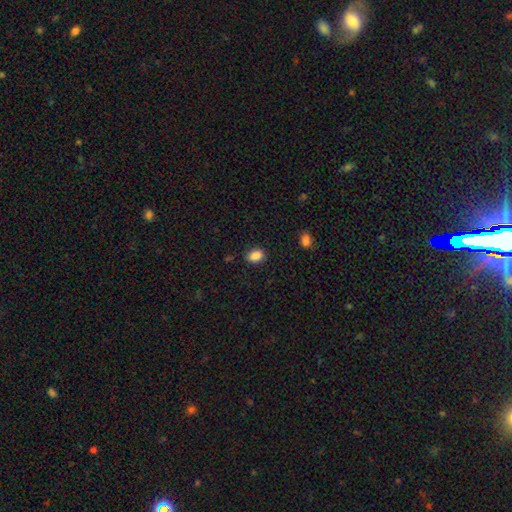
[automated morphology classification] Smooth or featured: smooth — 87% (star or artifact — 9%)
How rounded: in between — 73% (round — 26%)
Merging: none — 84% (minor disturbance — 11%)